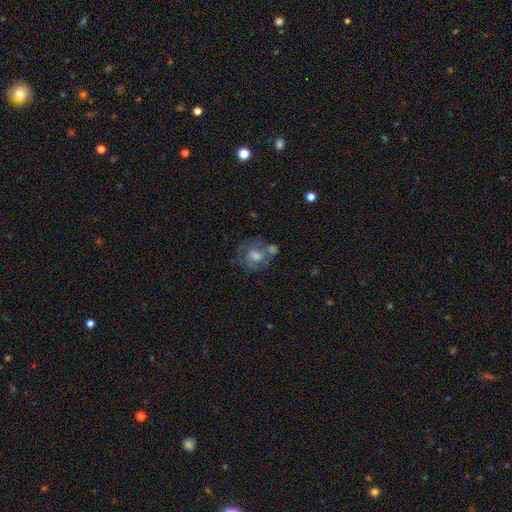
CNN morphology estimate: Overall: featured or disk (51%; smooth 34%). Edge-on disk: no (96%). Merging: none (50%; merger 19%).